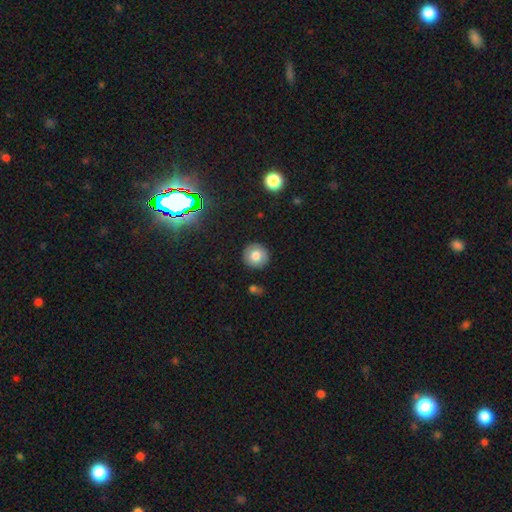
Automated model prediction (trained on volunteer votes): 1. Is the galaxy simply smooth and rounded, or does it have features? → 76% smooth, 14% featured or disk, 10% star or artifact.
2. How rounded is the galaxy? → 94% round, 5% in between, 1% cigar-shaped.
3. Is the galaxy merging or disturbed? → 90% none, 7% minor disturbance, 2% major disturbance, 1% merger.